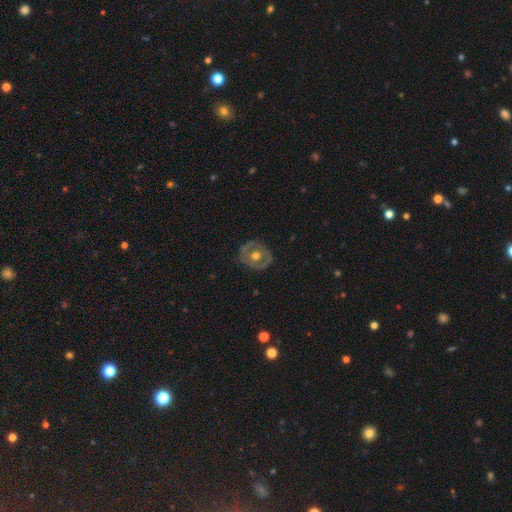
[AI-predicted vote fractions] Overall: featured or disk (60%; smooth 34%). Edge-on disk: no (95%). Bar: no (80%). Spiral arms: no (80%). Bulge size: moderate (73%). Merging: none (79%).